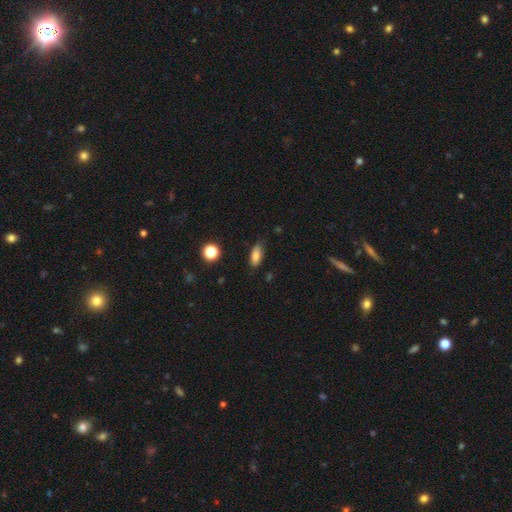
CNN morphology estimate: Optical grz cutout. It shows a smooth galaxy with no disk features (81%) that is in between round and cigar-shaped (79%). Merging: none (78%).